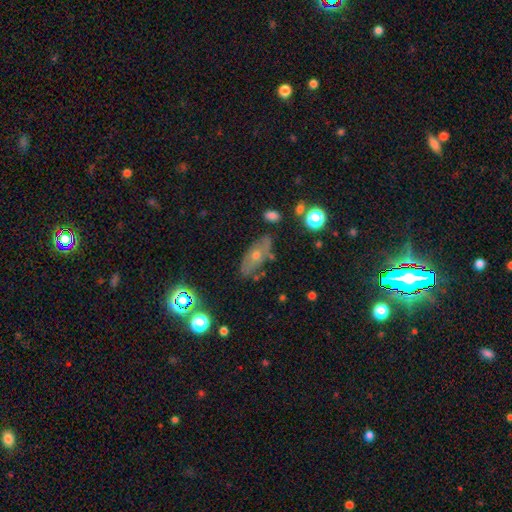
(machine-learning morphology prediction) Smooth or featured? featured or disk (44%)
Merging? none (70%)